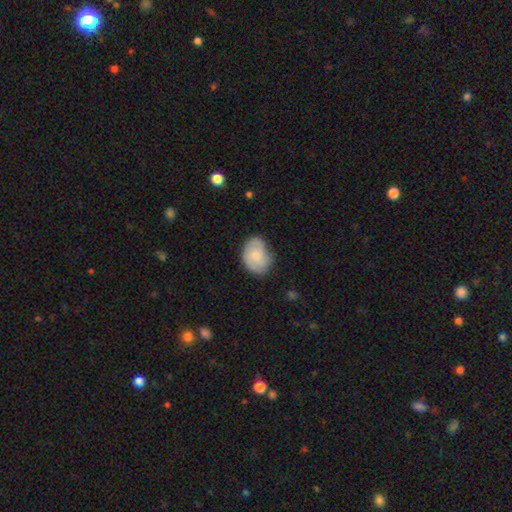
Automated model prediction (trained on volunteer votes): Morphology: type=smooth (70%); roundness=in between (68%); merging=none (64%).